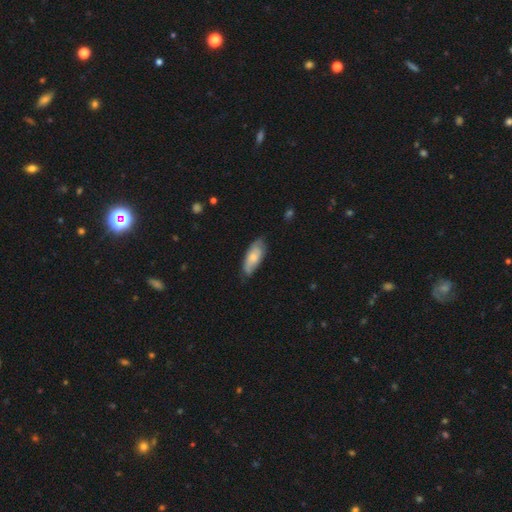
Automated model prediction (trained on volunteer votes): Smooth or featured?
  - smooth: 65% *
  - featured or disk: 29%
  - star or artifact: 6%
How rounded?
  - in between: 78% *
  - cigar-shaped: 20%
  - round: 2%
Merging?
  - none: 73% *
  - minor disturbance: 22%
  - major disturbance: 3%
  - merger: 1%